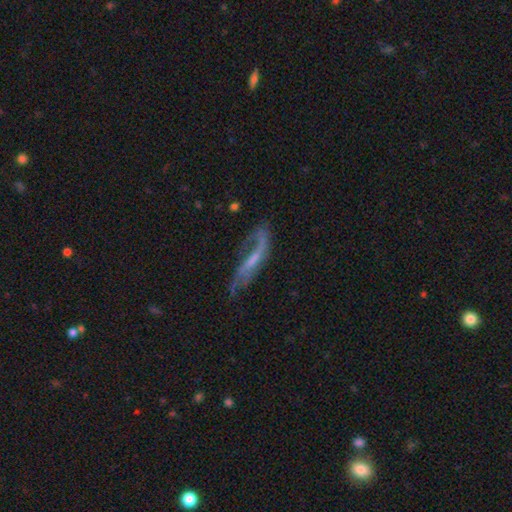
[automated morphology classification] The model was most divided on "merging": none: 50%, minor disturbance: 24%, major disturbance: 22%, merger: 4%. More confident: smooth or featured — featured or disk (72%); edge-on disk — no (67%).